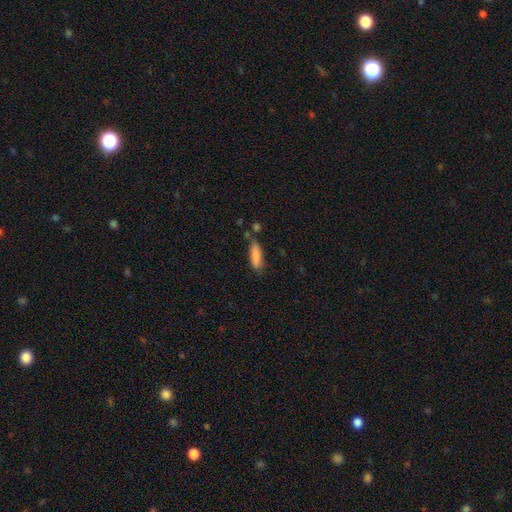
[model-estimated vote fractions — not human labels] Smooth or featured? smooth (85%)
How rounded? cigar-shaped (52%)
Merging? none (68%)